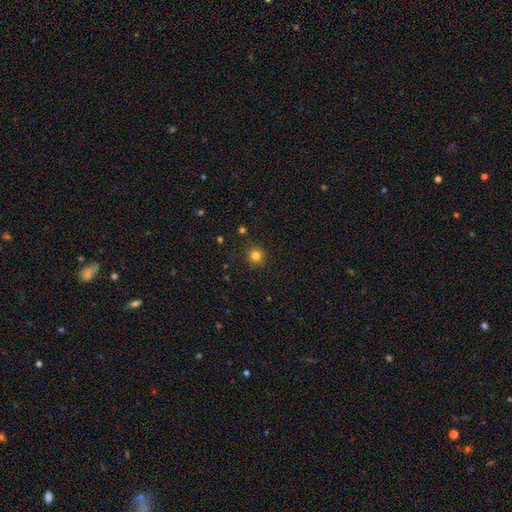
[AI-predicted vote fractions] smooth 81%, star or artifact 14%, featured or disk 5%. Down the decision tree: how rounded — round (93%); merging — none (90%).